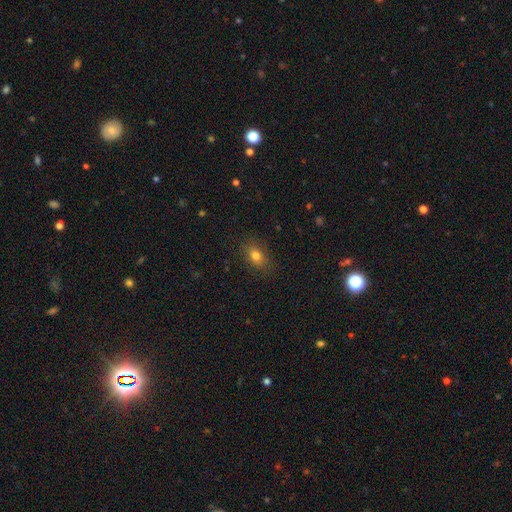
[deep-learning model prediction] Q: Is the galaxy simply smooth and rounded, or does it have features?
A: smooth — 80%.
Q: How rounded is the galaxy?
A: in between — 77%.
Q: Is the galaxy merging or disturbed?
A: none — 84%.